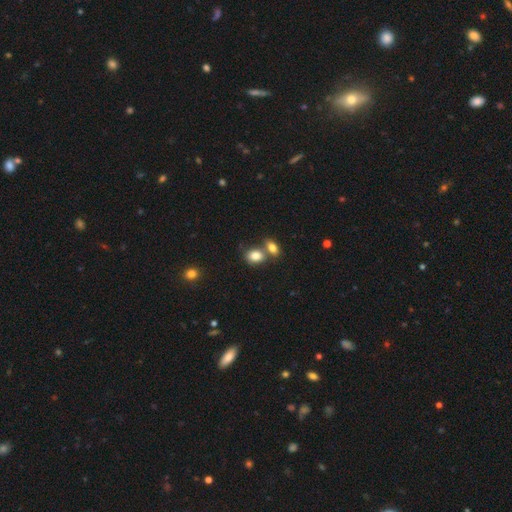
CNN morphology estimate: Smooth or featured? smooth (83%)
How rounded? in between (72%)
Merging? merger (44%)